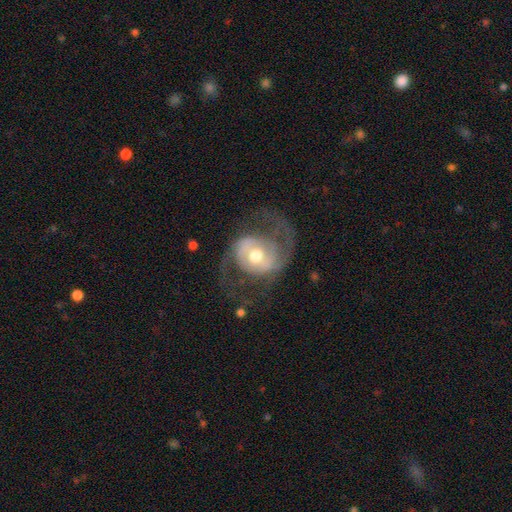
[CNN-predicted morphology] Smooth or featured? featured or disk (81%)
Edge-on disk? no (97%)
Bar? no (53%)
Spiral arms? yes (90%)
Spiral winding? medium (49%)
Spiral arm count? 2 (84%)
Bulge size? moderate (71%)
Merging? none (59%)